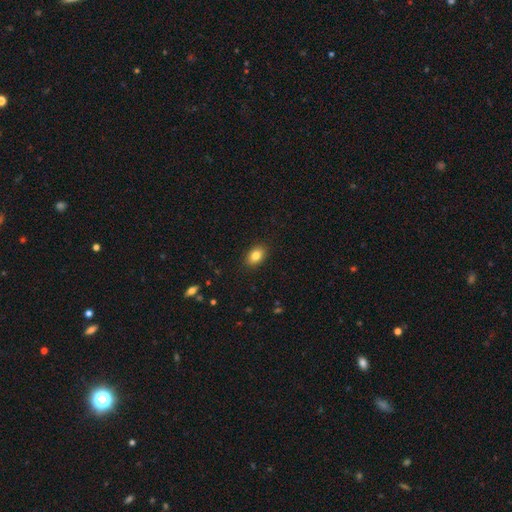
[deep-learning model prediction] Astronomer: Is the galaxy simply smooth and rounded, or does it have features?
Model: smooth — 83%.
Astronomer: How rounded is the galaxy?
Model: in between — 81%.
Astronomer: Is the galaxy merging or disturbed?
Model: none — 89%.